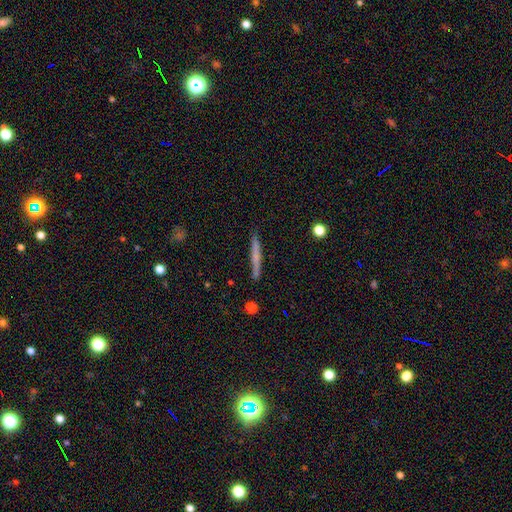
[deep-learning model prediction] The model was most divided on "smooth or featured": smooth: 55%, featured or disk: 39%, star or artifact: 7%. More confident: how rounded — cigar-shaped (95%); merging — none (87%).